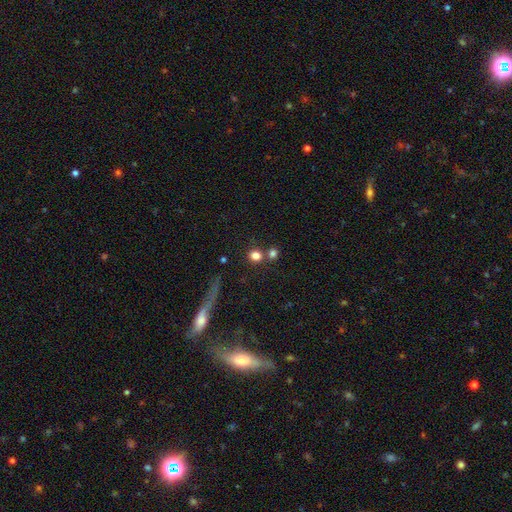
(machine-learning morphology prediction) smooth-or-featured: smooth: 79% | star or artifact: 13% | featured or disk: 8%
  how-rounded: round: 82% | in between: 16% | cigar-shaped: 2%
  merging: none: 66% | merger: 22% | minor disturbance: 8% | major disturbance: 4%